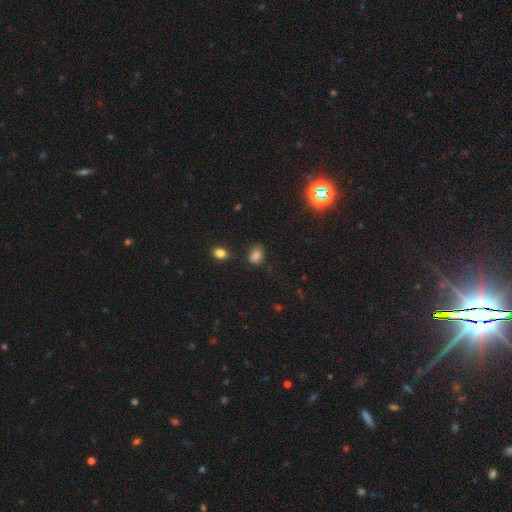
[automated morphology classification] Q: Smooth or featured?
A: smooth (80%); runner-up: star or artifact (13%)
Q: How rounded?
A: in between (74%); runner-up: round (25%)
Q: Merging?
A: none (58%); runner-up: minor disturbance (28%)